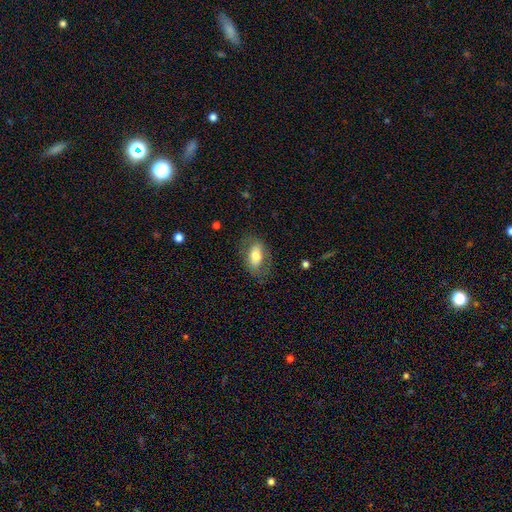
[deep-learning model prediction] Smooth or featured: smooth — 62% (featured or disk — 31%)
How rounded: in between — 89% (round — 8%)
Merging: none — 70% (minor disturbance — 18%)